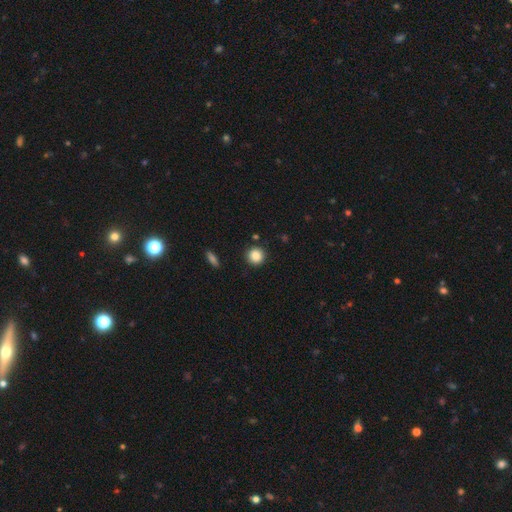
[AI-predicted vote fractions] Smooth or featured? Predicted: smooth (p=0.87). How rounded? Predicted: round (p=0.93). Merging? Predicted: none (p=0.90).